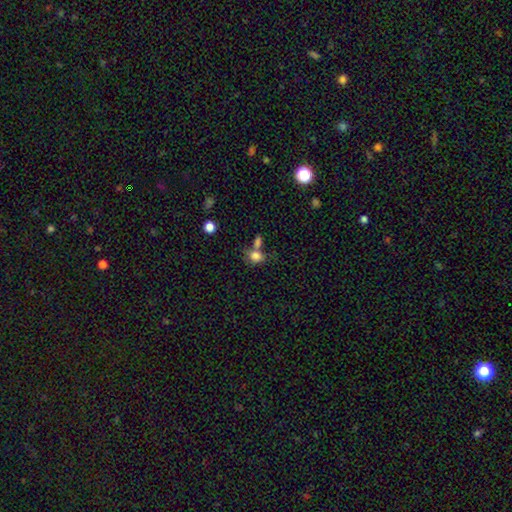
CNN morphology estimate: Smooth or featured? smooth (80%)
How rounded? in between (58%)
Merging? none (41%)